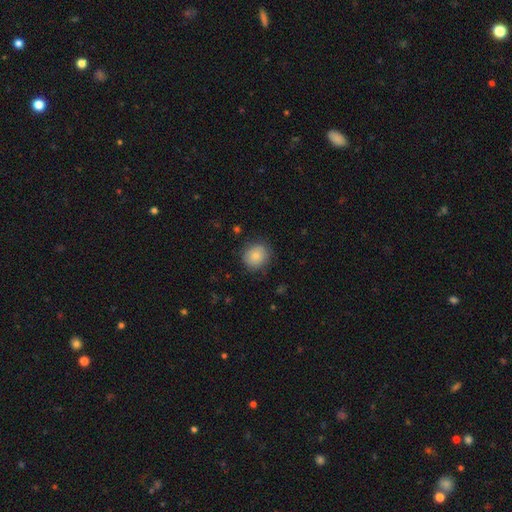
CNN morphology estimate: smooth_or_featured: smooth (p=0.83) [alt: featured or disk p=0.09]
how_rounded: round (p=0.82) [alt: in between p=0.17]
merging: none (p=0.83) [alt: minor disturbance p=0.13]